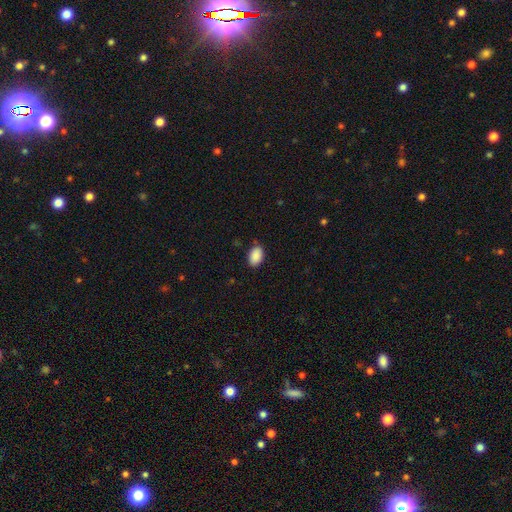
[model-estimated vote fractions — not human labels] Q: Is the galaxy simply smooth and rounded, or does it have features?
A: smooth — 90%.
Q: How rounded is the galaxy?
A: in between — 91%.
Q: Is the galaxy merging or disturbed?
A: none — 85%.